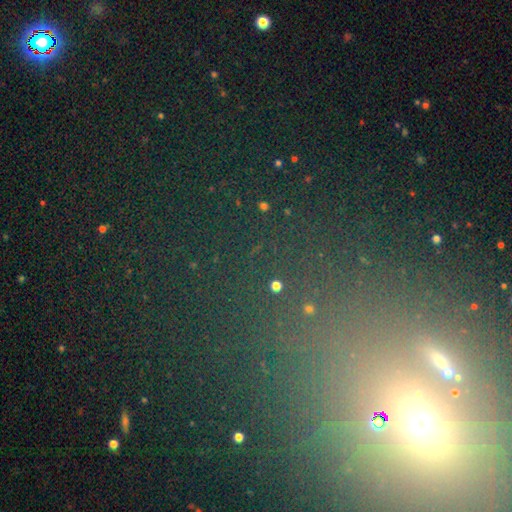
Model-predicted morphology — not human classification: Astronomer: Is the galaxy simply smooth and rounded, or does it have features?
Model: star or artifact — 65%.